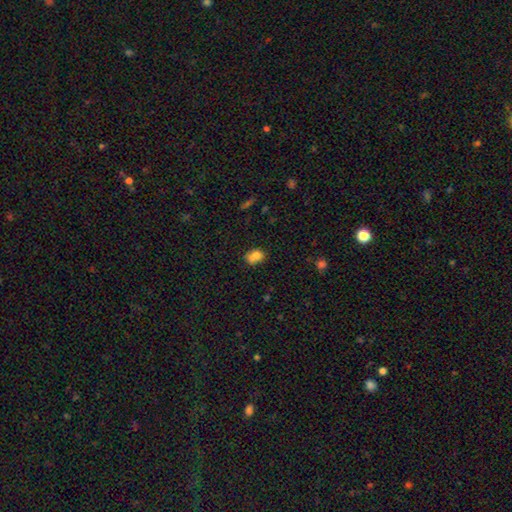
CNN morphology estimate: Q: Smooth or featured?
A: smooth (74%); runner-up: featured or disk (14%)
Q: How rounded?
A: in between (58%); runner-up: round (41%)
Q: Merging?
A: none (43%); runner-up: merger (28%)